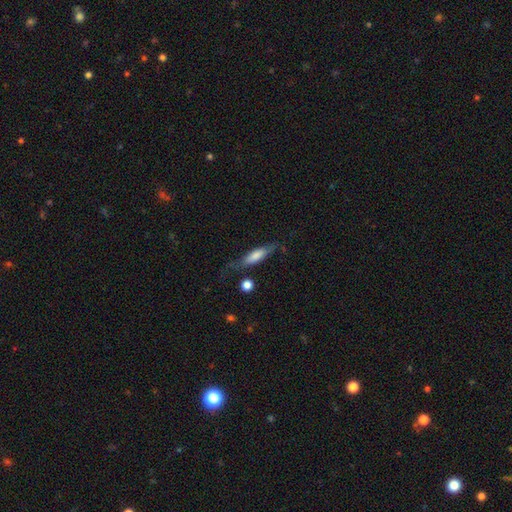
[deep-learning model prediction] The model was most divided on "how rounded": cigar-shaped: 61%, in between: 36%, round: 3%. More confident: smooth or featured — smooth (60%); merging — none (56%).